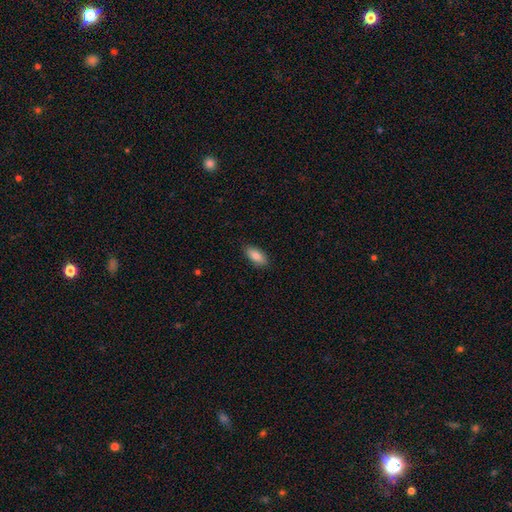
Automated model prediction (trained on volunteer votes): Smooth or featured? smooth (84%)
How rounded? in between (86%)
Merging? none (88%)